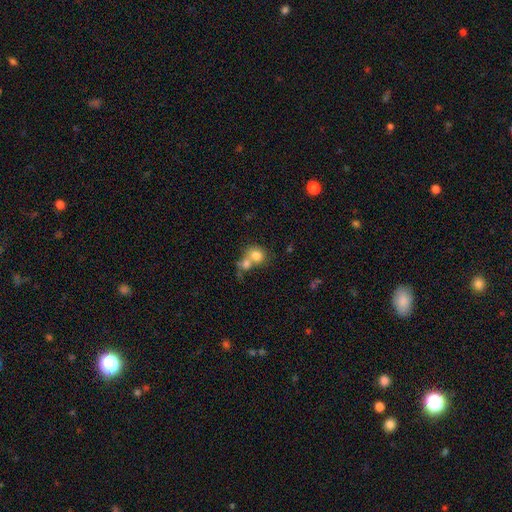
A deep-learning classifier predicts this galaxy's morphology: type=smooth (77%); roundness=round (74%); merging=merger (54%).